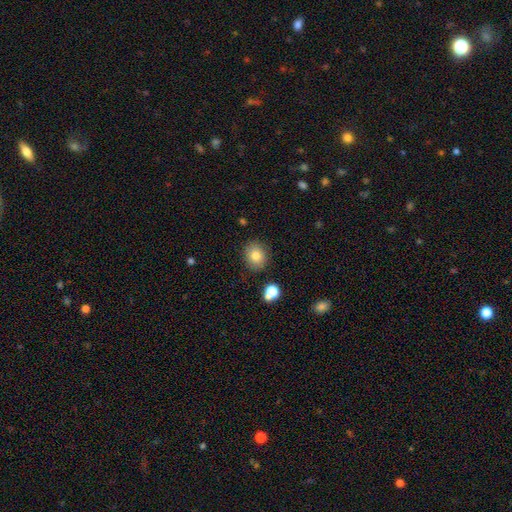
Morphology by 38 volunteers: Smooth or featured? 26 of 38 (68%) said smooth. How rounded? 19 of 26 (73%) said round. Merging? 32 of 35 (91%) said none.